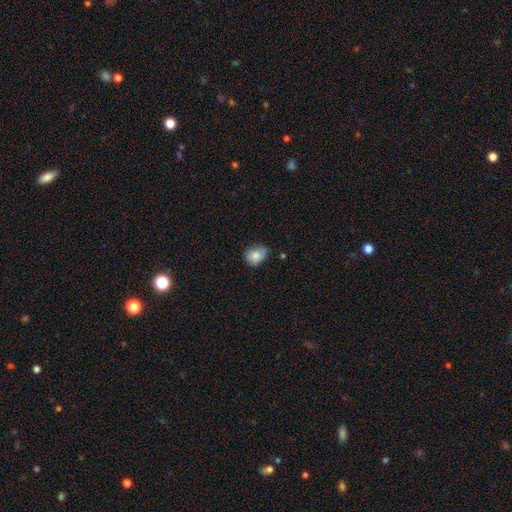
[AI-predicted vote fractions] A smooth galaxy with no disk features (82%) that is in between round and cigar-shaped (57%).

Vote fractions:
- Smooth or featured? smooth: 82% / featured or disk: 10% / star or artifact: 8%
- How rounded? in between: 57% / round: 42% / cigar-shaped: 1%
- Merging? none: 58% / minor disturbance: 34% / major disturbance: 6% / merger: 2%